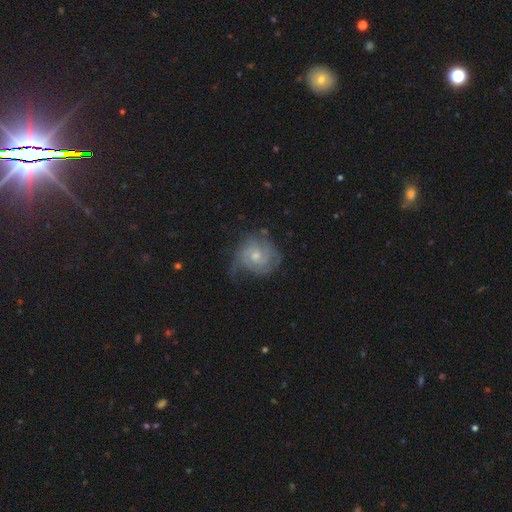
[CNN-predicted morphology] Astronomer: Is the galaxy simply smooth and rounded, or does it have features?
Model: featured or disk — 75%.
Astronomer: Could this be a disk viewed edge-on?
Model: no — 98%.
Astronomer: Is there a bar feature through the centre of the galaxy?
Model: no — 70%.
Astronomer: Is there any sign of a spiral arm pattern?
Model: yes — 91%.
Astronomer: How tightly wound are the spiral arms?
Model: tight — 55% (runner-up: medium, 33%).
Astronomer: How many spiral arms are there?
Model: can't tell — 35% (runner-up: 2, 28%).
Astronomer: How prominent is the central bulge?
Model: small — 48% (runner-up: moderate, 47%).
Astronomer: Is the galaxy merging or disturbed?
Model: none — 56%.